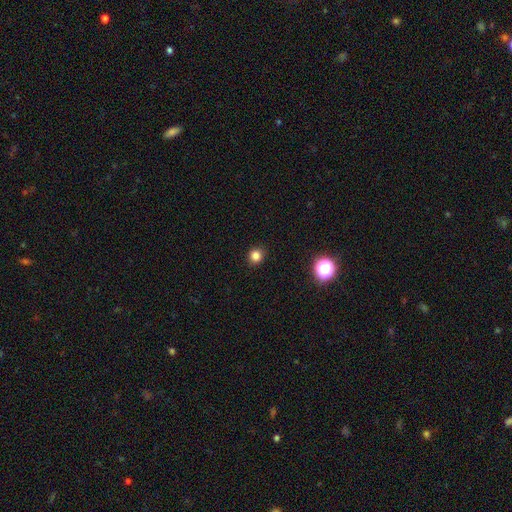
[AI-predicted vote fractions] smooth-or-featured: smooth: 81% | star or artifact: 14% | featured or disk: 5%
  how-rounded: round: 85% | in between: 14% | cigar-shaped: 1%
  merging: none: 91% | minor disturbance: 6% | major disturbance: 2% | merger: 1%